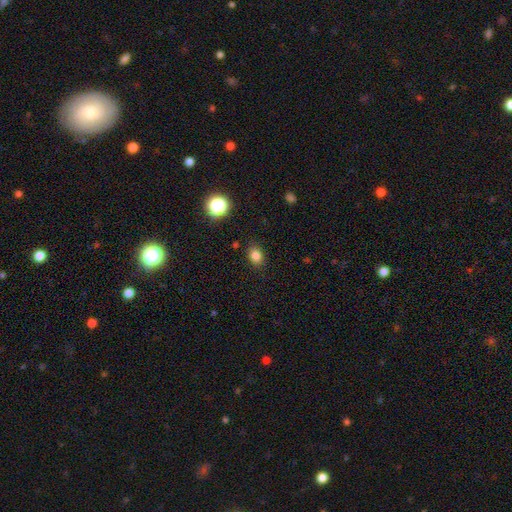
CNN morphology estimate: Overall: smooth (82%). How rounded: in between (61%; round 38%). Merging: none (85%).